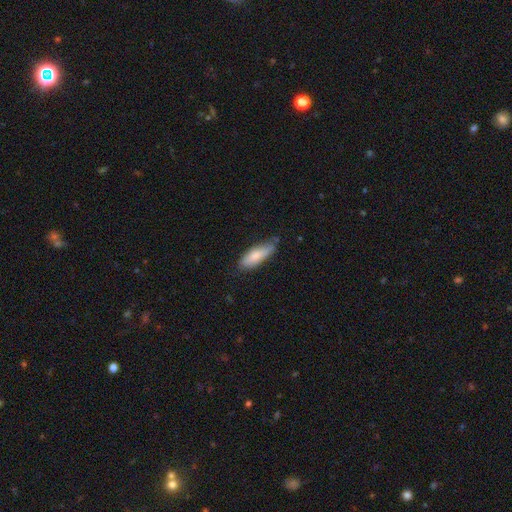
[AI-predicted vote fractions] Q: Smooth or featured?
A: smooth (81%); runner-up: featured or disk (14%)
Q: How rounded?
A: in between (56%); runner-up: cigar-shaped (42%)
Q: Merging?
A: none (62%); runner-up: minor disturbance (31%)